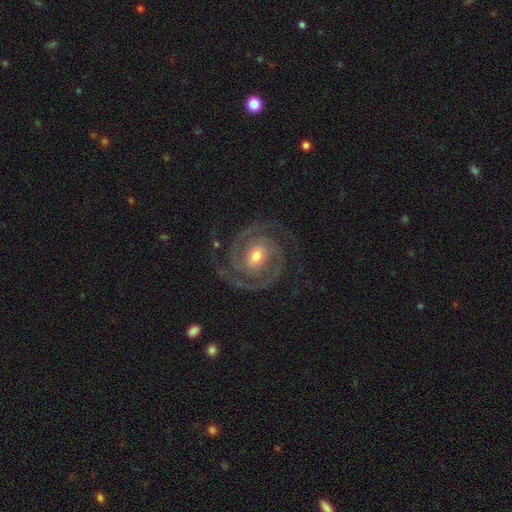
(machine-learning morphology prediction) This is clearly a featured or disk galaxy (93%). It is clearly not viewed edge-on (98%). Bar: possibly no (46%). Spiral arm pattern: clearly yes (99%). Spiral arm count: clearly 2 (90%). Spiral winding: likely tight (68%). Central bulge: possibly moderate (59%). Merging: clearly none (85%).